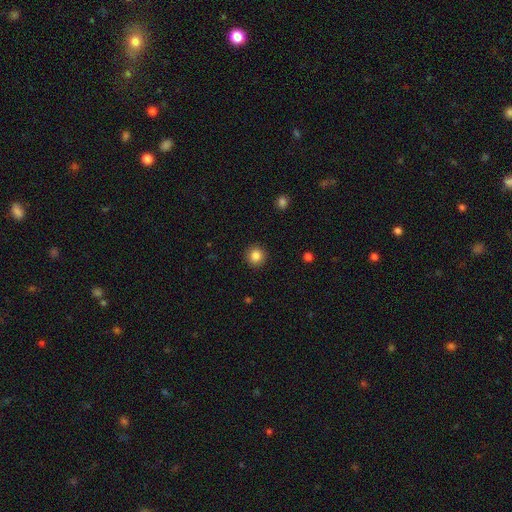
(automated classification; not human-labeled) A smooth galaxy with no disk features (85%) that is round (94%). Merging: none (92%).